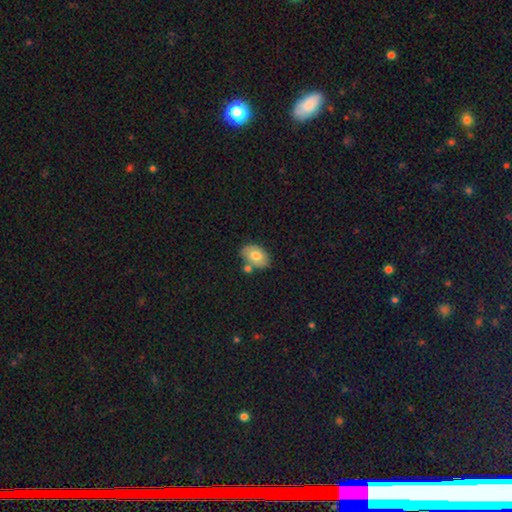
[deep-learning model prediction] The model was most divided on "merging": none: 64%, minor disturbance: 16%, merger: 16%, major disturbance: 4%. More confident: how rounded — in between (85%); smooth or featured — smooth (73%).